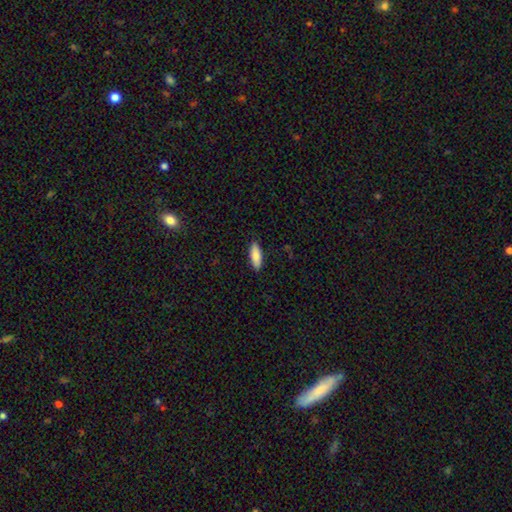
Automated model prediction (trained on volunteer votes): This appears to be a smooth galaxy with no disk features (85%) that is in between round and cigar-shaped (70%). Merging: none (89%).